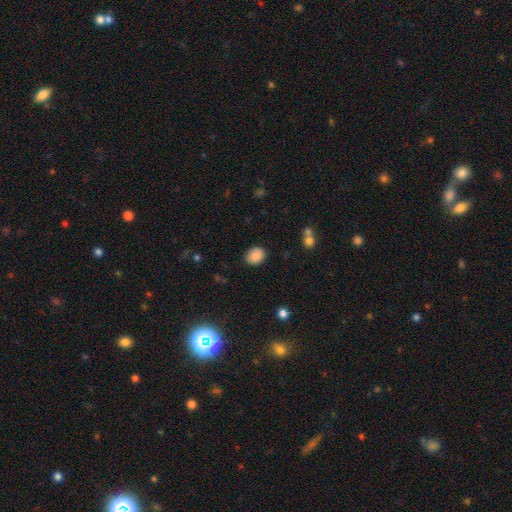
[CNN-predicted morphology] This appears to be a smooth galaxy with no disk features (87%) that is round (58%). Merging: none (86%).